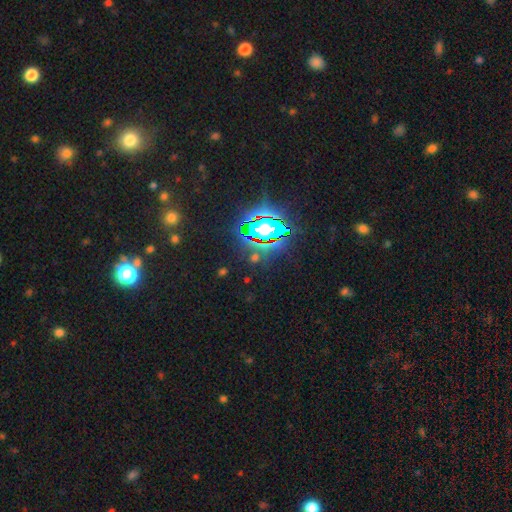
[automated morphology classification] Smooth or featured? star or artifact (76%)